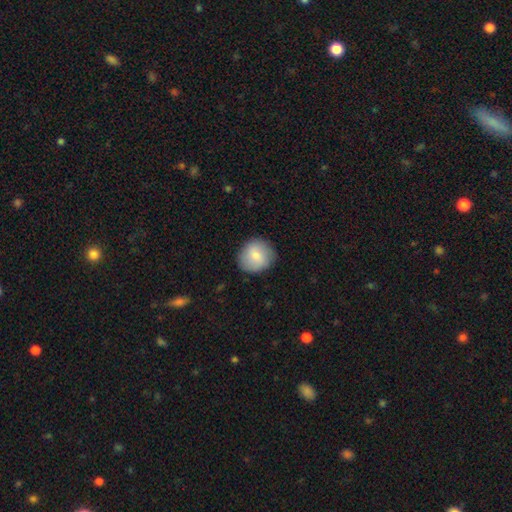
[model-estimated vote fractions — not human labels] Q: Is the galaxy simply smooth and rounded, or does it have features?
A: smooth — 79%.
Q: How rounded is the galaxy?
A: round — 85%.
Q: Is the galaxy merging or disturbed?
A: none — 84%.